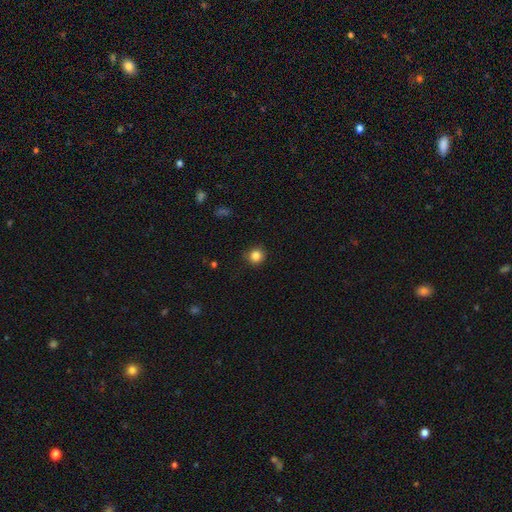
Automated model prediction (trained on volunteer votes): smooth_or_featured: smooth (p=0.84) [alt: star or artifact p=0.12]
how_rounded: round (p=0.92) [alt: in between p=0.07]
merging: none (p=0.88) [alt: minor disturbance p=0.08]